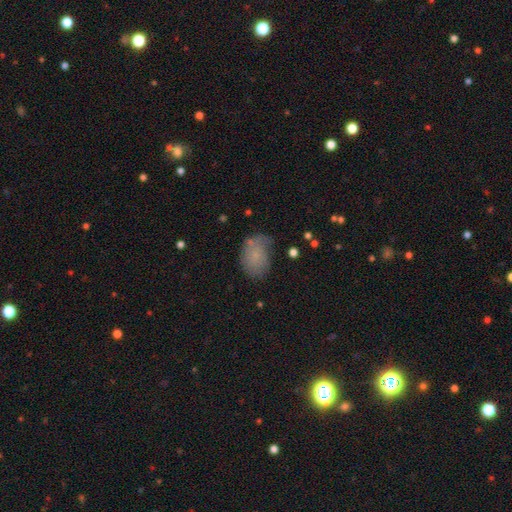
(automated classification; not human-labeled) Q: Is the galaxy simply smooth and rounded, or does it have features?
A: smooth — 67%.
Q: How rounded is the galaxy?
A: in between — 75%.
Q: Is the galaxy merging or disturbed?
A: none — 51%.